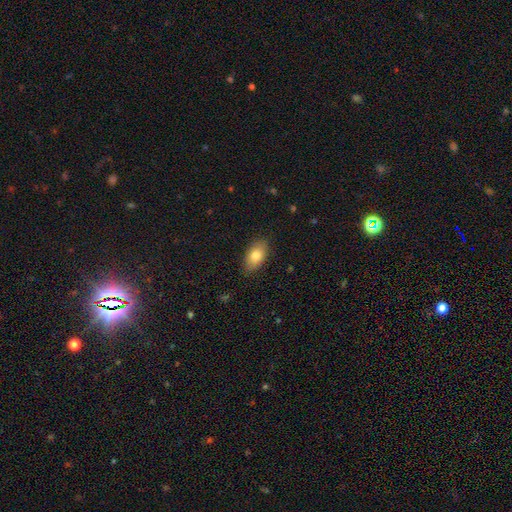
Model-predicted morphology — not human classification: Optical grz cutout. It shows a smooth galaxy with no disk features (80%) that is in between round and cigar-shaped (91%). Merging: none (84%).